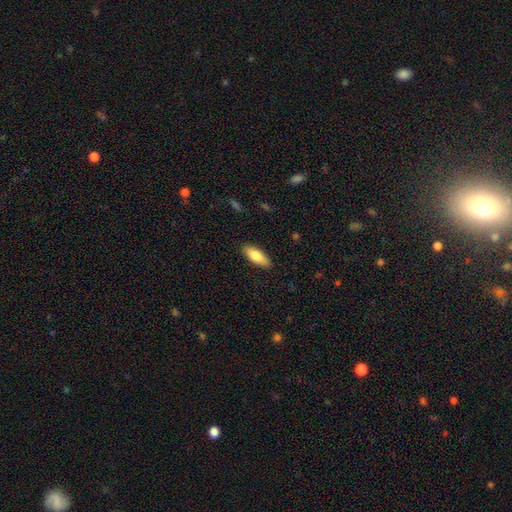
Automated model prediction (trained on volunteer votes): A smooth galaxy with no disk features (80%) that is in between round and cigar-shaped (73%).

Vote fractions:
- Smooth or featured? smooth: 80% / featured or disk: 14% / star or artifact: 6%
- How rounded? in between: 73% / cigar-shaped: 26% / round: 2%
- Merging? none: 88% / minor disturbance: 9% / major disturbance: 2% / merger: 1%